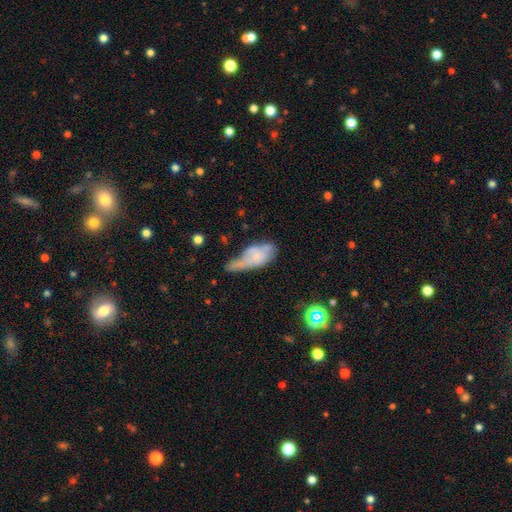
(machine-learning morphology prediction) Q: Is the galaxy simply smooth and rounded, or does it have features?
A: smooth — 55%.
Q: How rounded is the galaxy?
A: in between — 79%.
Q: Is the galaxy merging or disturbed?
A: minor disturbance — 33%.